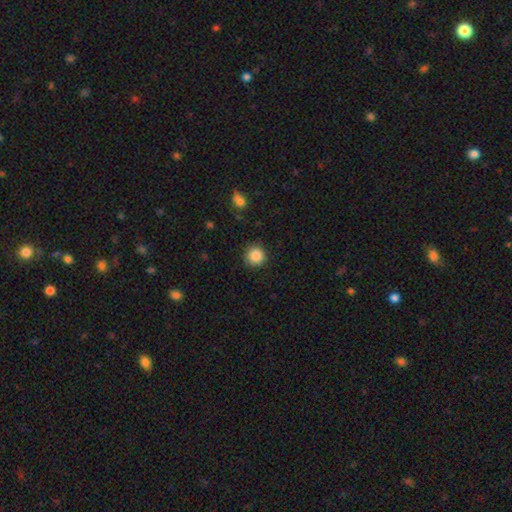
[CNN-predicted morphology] This appears to be a smooth galaxy with no disk features (86%) that is round (94%). Merging: none (89%).